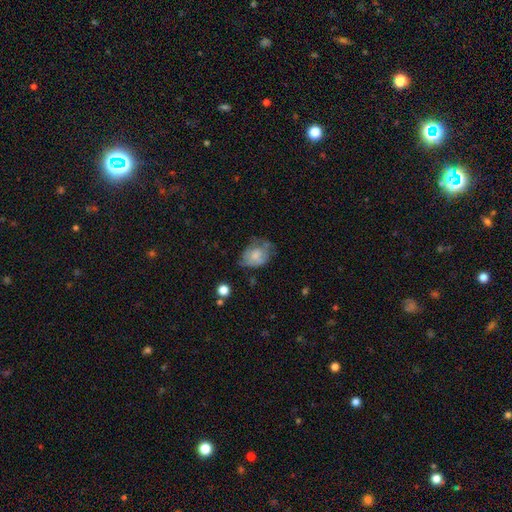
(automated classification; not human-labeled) Overall: smooth (59%; featured or disk 32%). How rounded: in between (70%). Merging: none (39%; minor disturbance 35%).